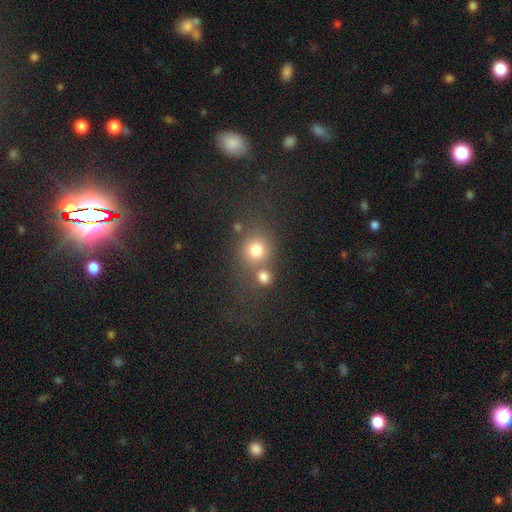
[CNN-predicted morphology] Smooth or featured? smooth (45%)
Merging? none (57%)